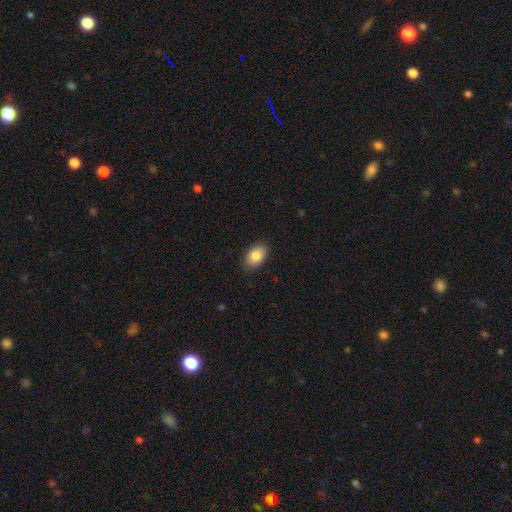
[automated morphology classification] Q: Smooth or featured?
A: smooth (86%); runner-up: star or artifact (7%)
Q: How rounded?
A: in between (89%); runner-up: round (9%)
Q: Merging?
A: none (86%); runner-up: minor disturbance (11%)